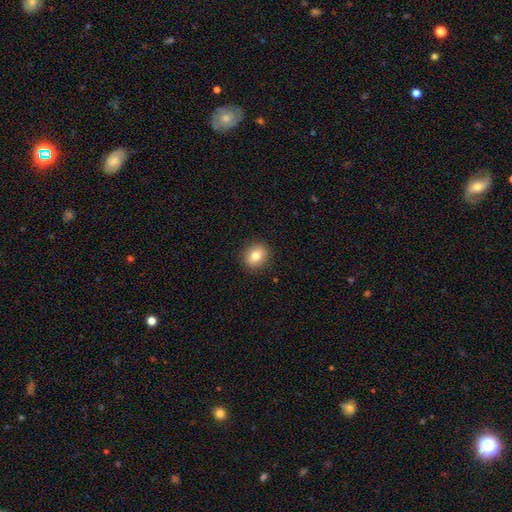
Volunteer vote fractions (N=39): Morphology: type=smooth (90%); roundness=round (71%); merging=none (92%).